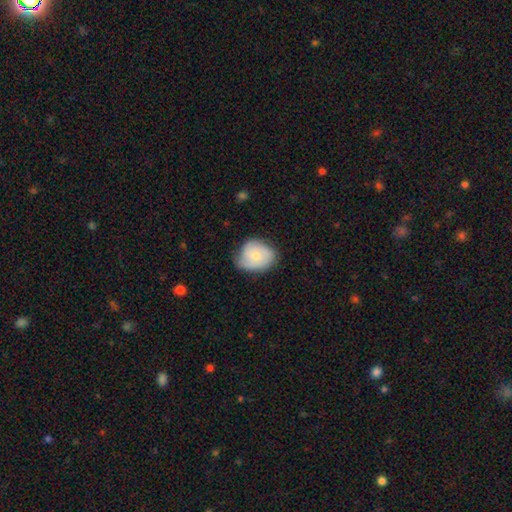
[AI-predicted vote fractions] Smooth or featured? smooth (60%)
How rounded? round (58%)
Merging? none (51%)